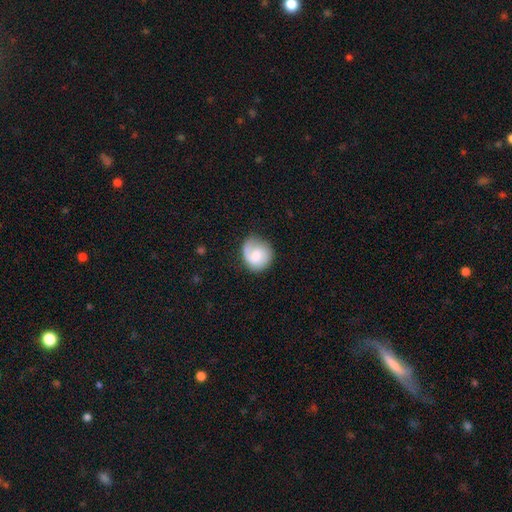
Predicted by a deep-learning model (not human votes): This is possibly a smooth galaxy (53%). How rounded: likely round (79%). Merging: likely none (64%).